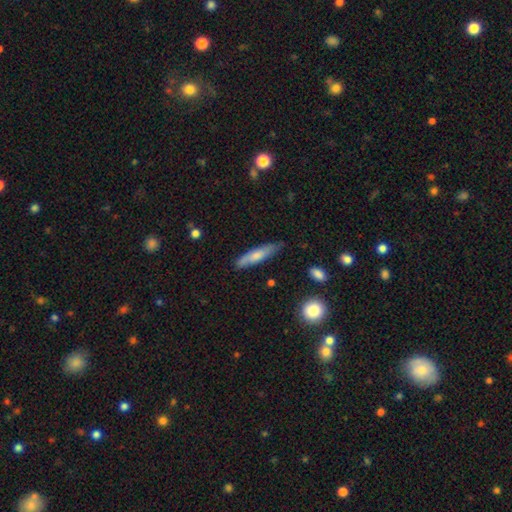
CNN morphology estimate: Smooth or featured?
  - smooth: 67% *
  - featured or disk: 28%
  - star or artifact: 6%
How rounded?
  - cigar-shaped: 81% *
  - in between: 17%
  - round: 2%
Merging?
  - none: 76% *
  - minor disturbance: 19%
  - major disturbance: 3%
  - merger: 2%